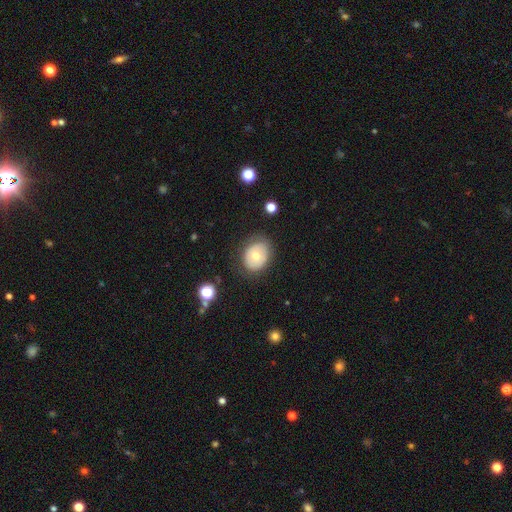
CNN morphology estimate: type=smooth (58%); roundness=in between (50%); merging=none (76%).